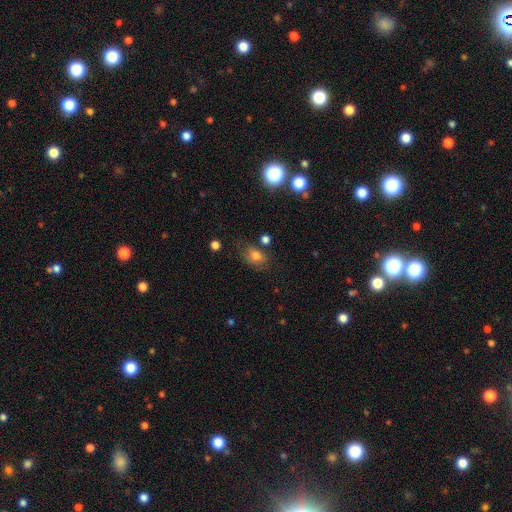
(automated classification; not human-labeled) Smooth or featured?
  - smooth: 73% *
  - featured or disk: 14%
  - star or artifact: 13%
How rounded?
  - in between: 73% *
  - round: 26%
  - cigar-shaped: 2%
Merging?
  - none: 58% *
  - minor disturbance: 26%
  - major disturbance: 11%
  - merger: 6%